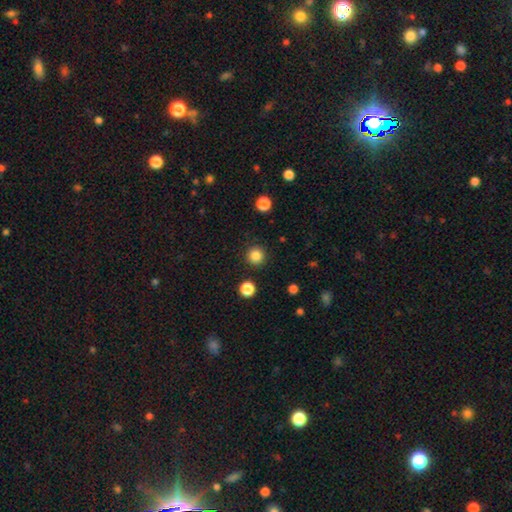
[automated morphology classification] Q: Smooth or featured?
A: smooth (85%); runner-up: star or artifact (12%)
Q: How rounded?
A: round (95%); runner-up: in between (4%)
Q: Merging?
A: none (91%); runner-up: minor disturbance (5%)